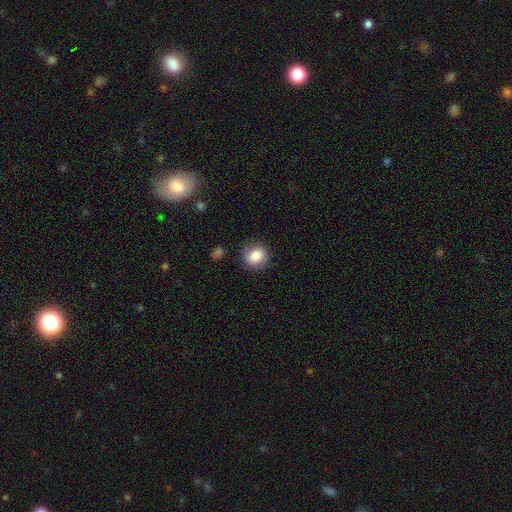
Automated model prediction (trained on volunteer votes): Smooth or featured?
  - smooth: 82% *
  - featured or disk: 10%
  - star or artifact: 8%
How rounded?
  - round: 76% *
  - in between: 23%
  - cigar-shaped: 1%
Merging?
  - none: 82% *
  - minor disturbance: 13%
  - major disturbance: 4%
  - merger: 1%